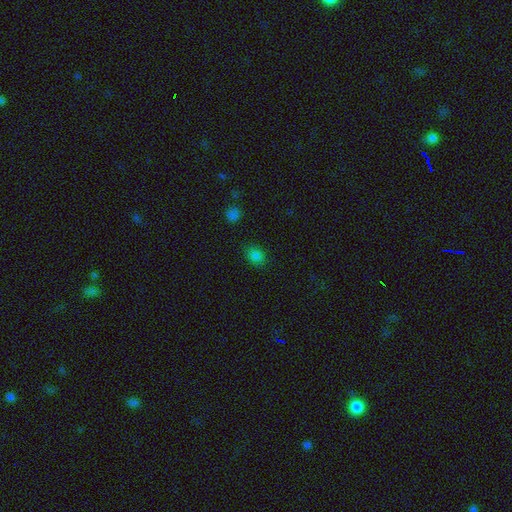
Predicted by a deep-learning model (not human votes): A smooth galaxy with no disk features (81%) that is round (53%).

Vote fractions:
- Smooth or featured? smooth: 81% / star or artifact: 15% / featured or disk: 4%
- How rounded? round: 53% / in between: 46% / cigar-shaped: 1%
- Merging? none: 84% / minor disturbance: 11% / major disturbance: 3% / merger: 2%